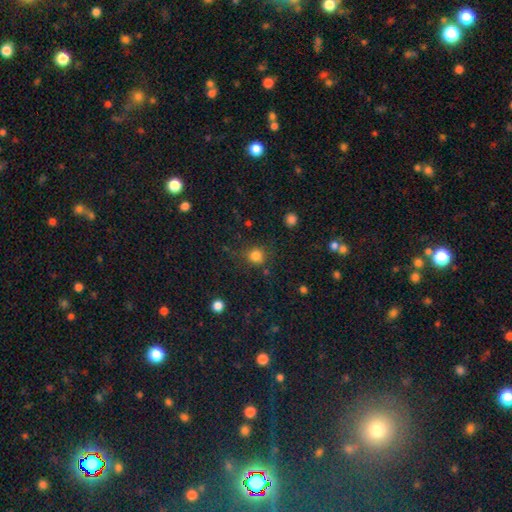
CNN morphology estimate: The model was most divided on "smooth or featured": smooth: 81%, star or artifact: 14%, featured or disk: 5%. More confident: how rounded — round (91%); merging — none (82%).